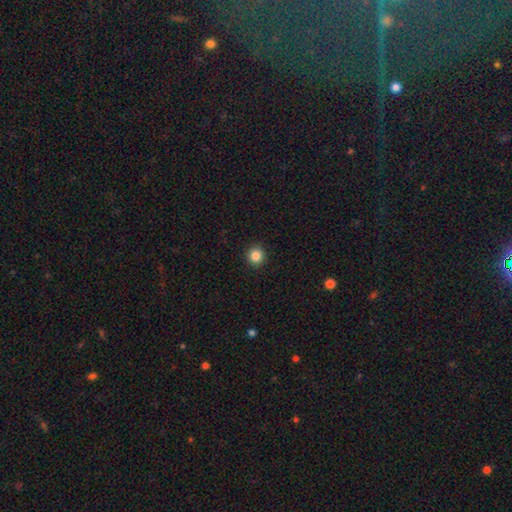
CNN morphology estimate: This is clearly a smooth galaxy (85%). How rounded: clearly round (94%). Merging: clearly none (93%).